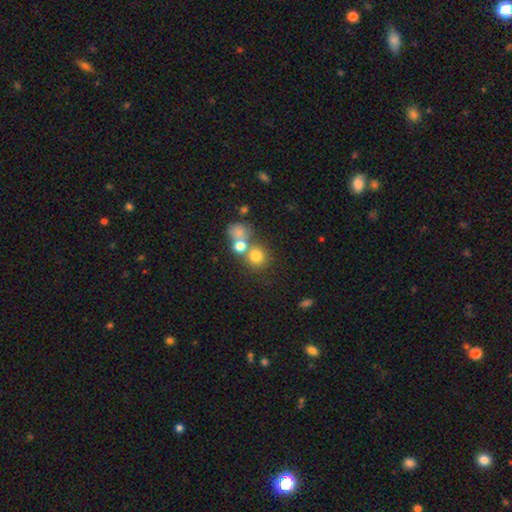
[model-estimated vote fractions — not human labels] Morphology: type=smooth (74%); roundness=round (87%); merging=none (56%).